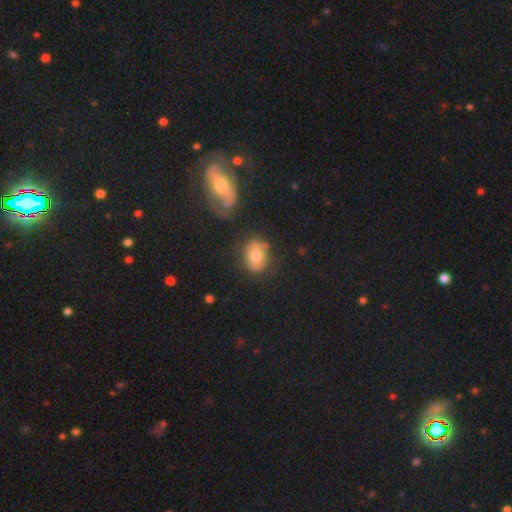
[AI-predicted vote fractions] Smooth or featured?
  - smooth: 66% *
  - featured or disk: 25%
  - star or artifact: 10%
How rounded?
  - in between: 62% *
  - round: 36%
  - cigar-shaped: 1%
Merging?
  - none: 68% *
  - minor disturbance: 19%
  - major disturbance: 8%
  - merger: 6%